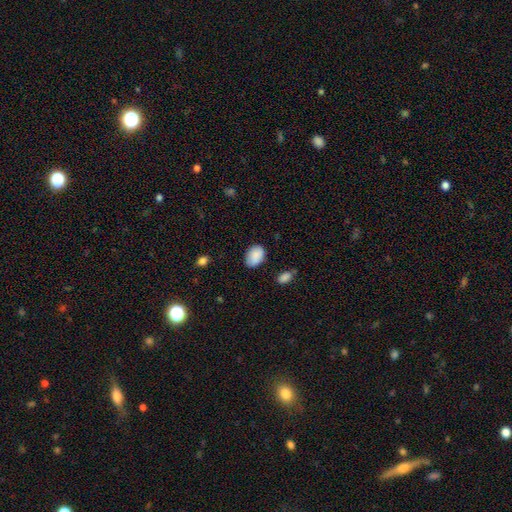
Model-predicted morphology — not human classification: Smooth or featured? Predicted: smooth (p=0.88). How rounded? Predicted: in between (p=0.81). Merging? Predicted: none (p=0.76).